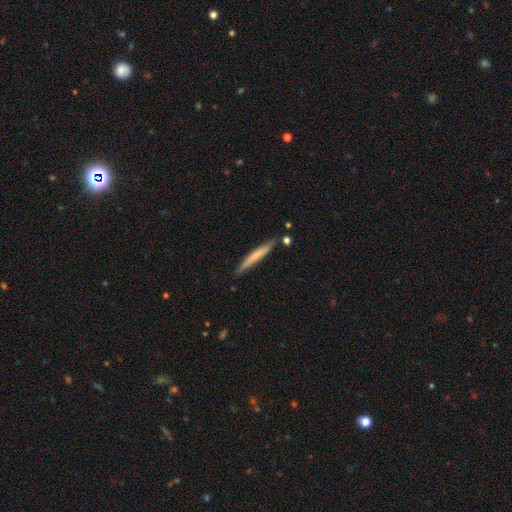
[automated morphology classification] This is likely a smooth galaxy (63%). How rounded: clearly cigar-shaped (96%). Merging: clearly none (83%).